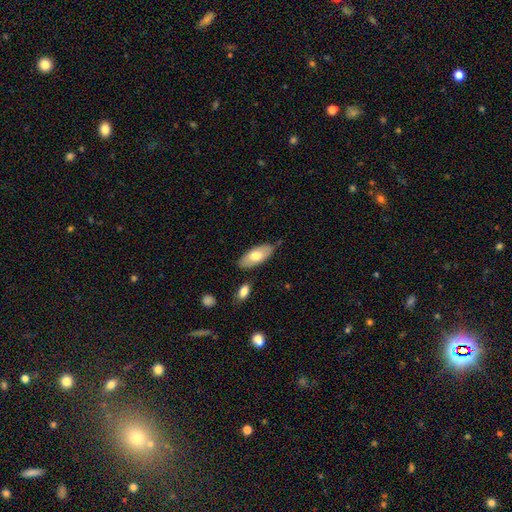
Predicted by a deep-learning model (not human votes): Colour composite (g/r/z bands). It shows a smooth galaxy with no disk features (69%) that is in between round and cigar-shaped (88%). Merging: none (79%).